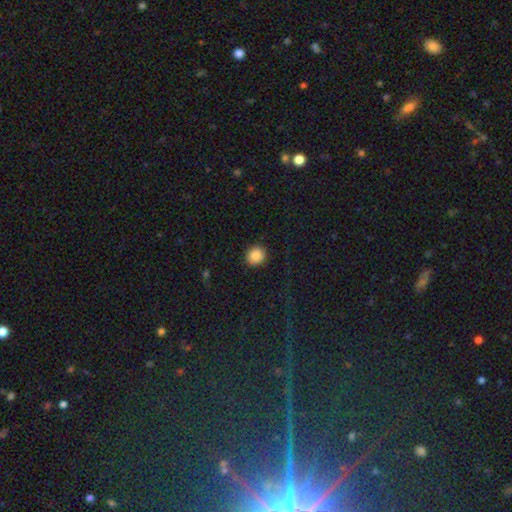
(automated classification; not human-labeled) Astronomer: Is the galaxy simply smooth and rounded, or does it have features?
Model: smooth — 86%.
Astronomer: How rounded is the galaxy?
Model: round — 90%.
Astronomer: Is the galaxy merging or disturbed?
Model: none — 91%.